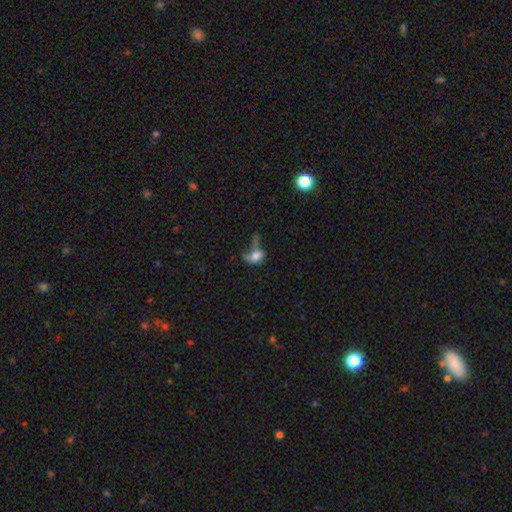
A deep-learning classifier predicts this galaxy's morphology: smooth 65%, featured or disk 23%, star or artifact 12%. Down the decision tree: how rounded — in between (72%); merging — major disturbance (38%).